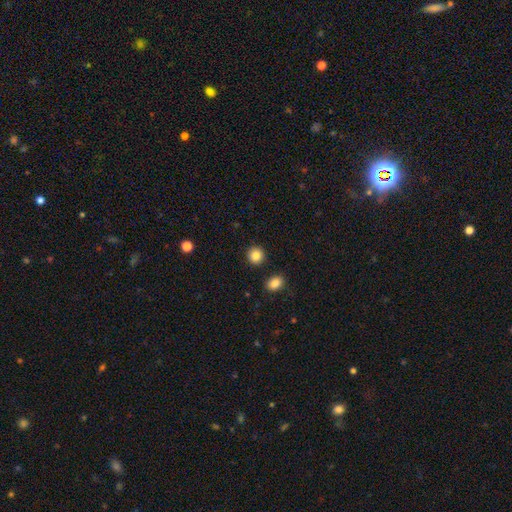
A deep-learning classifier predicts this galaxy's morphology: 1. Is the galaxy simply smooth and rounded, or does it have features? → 86% smooth, 10% star or artifact, 4% featured or disk.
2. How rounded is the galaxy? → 90% round, 9% in between, 1% cigar-shaped.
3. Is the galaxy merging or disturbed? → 89% none, 6% minor disturbance, 3% merger, 2% major disturbance.